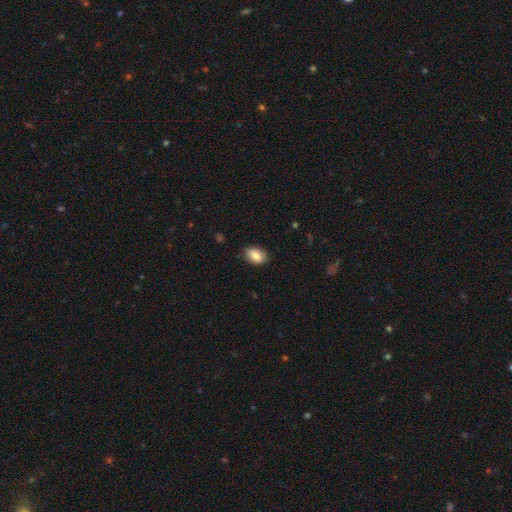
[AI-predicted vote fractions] smooth-or-featured: smooth: 85% | featured or disk: 8% | star or artifact: 7%
  how-rounded: in between: 83% | round: 16% | cigar-shaped: 2%
  merging: none: 82% | minor disturbance: 14% | major disturbance: 3% | merger: 1%